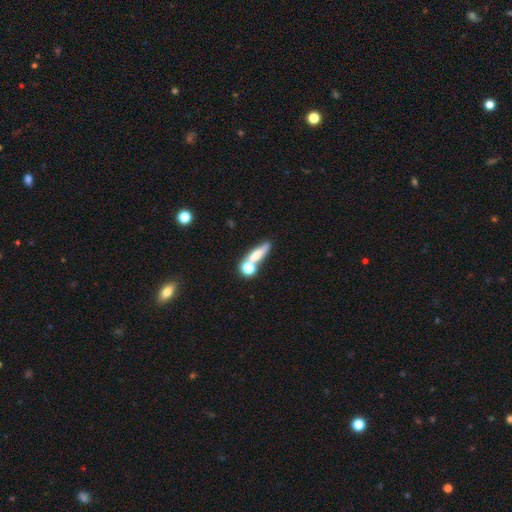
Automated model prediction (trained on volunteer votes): smooth 63%, featured or disk 24%, star or artifact 13%. Down the decision tree: how rounded — cigar-shaped (45%); merging — none (42%).